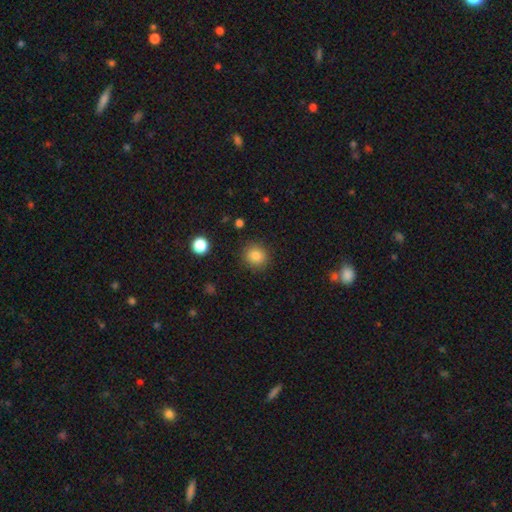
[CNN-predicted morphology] Overall: smooth (83%). How rounded: round (87%). Merging: none (89%).